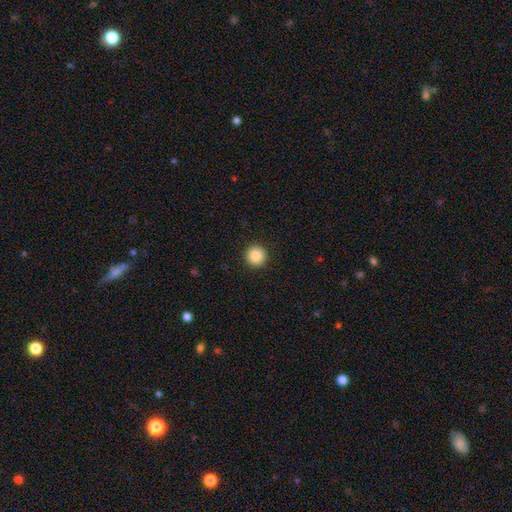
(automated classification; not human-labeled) Smooth or featured?
  - smooth: 87% *
  - star or artifact: 9%
  - featured or disk: 4%
How rounded?
  - round: 96% *
  - in between: 3%
  - cigar-shaped: 1%
Merging?
  - none: 93% *
  - minor disturbance: 4%
  - major disturbance: 2%
  - merger: 1%